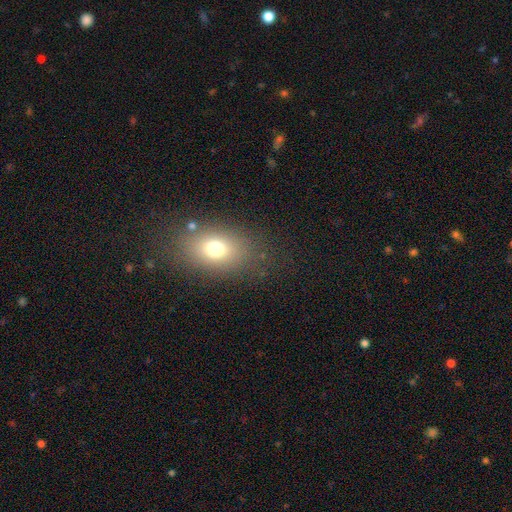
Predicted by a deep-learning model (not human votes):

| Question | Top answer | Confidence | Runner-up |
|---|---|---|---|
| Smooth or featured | smooth | 68% | star or artifact (19%) |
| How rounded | in between | 75% | round (21%) |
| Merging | none | 85% | minor disturbance (10%) |